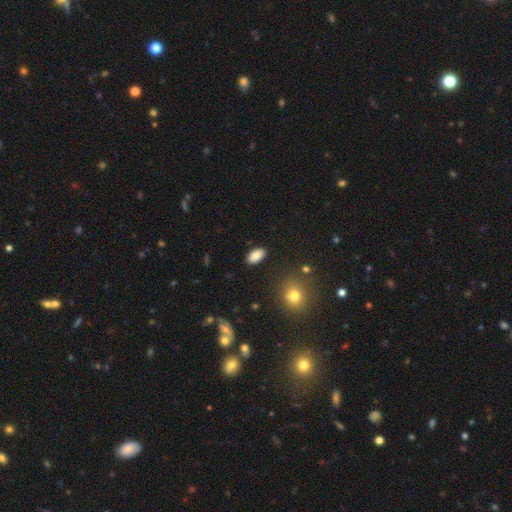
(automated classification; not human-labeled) Smooth or featured?
  - smooth: 87% *
  - star or artifact: 8%
  - featured or disk: 5%
How rounded?
  - in between: 92% *
  - cigar-shaped: 4%
  - round: 4%
Merging?
  - none: 88% *
  - minor disturbance: 8%
  - major disturbance: 2%
  - merger: 1%